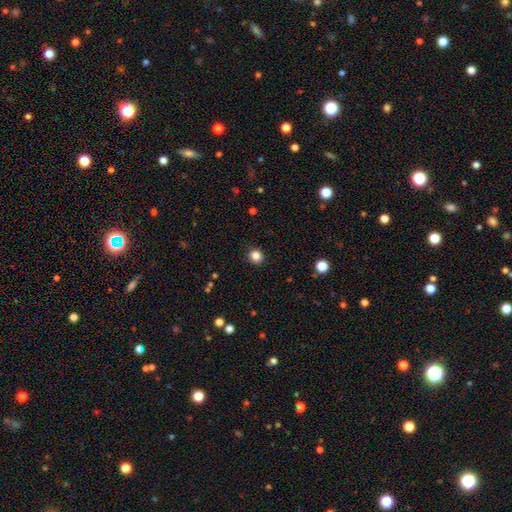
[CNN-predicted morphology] This appears to be a smooth galaxy with no disk features (85%) that is round (89%). Merging: none (91%).